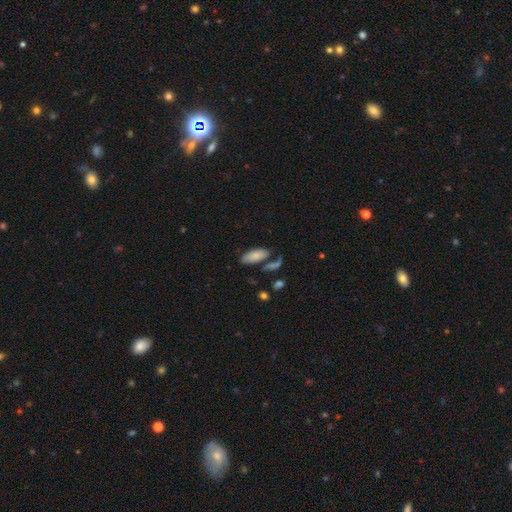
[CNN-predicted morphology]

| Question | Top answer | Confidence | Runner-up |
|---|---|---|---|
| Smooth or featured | smooth | 78% | featured or disk (14%) |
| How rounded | in between | 85% | cigar-shaped (13%) |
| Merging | none | 61% | minor disturbance (18%) |